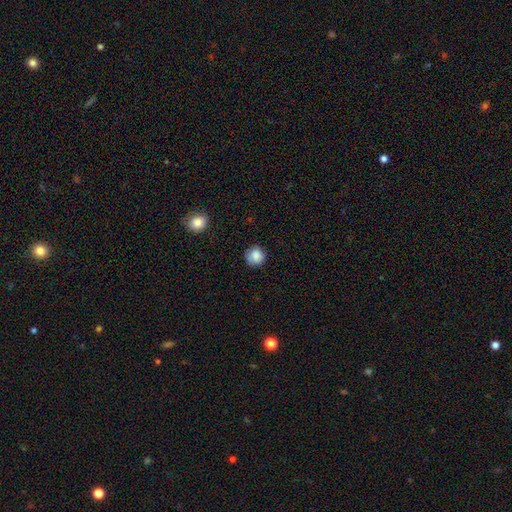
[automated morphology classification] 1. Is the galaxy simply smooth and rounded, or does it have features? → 85% smooth, 9% star or artifact, 5% featured or disk.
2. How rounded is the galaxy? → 91% round, 8% in between, 1% cigar-shaped.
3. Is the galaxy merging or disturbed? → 81% none, 14% minor disturbance, 3% major disturbance, 1% merger.